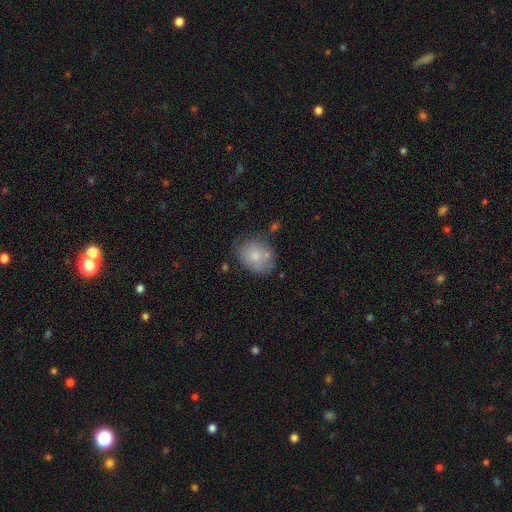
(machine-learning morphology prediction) Smooth or featured? Predicted: smooth (p=0.77). How rounded? Predicted: in between (p=0.56). Merging? Predicted: none (p=0.62).